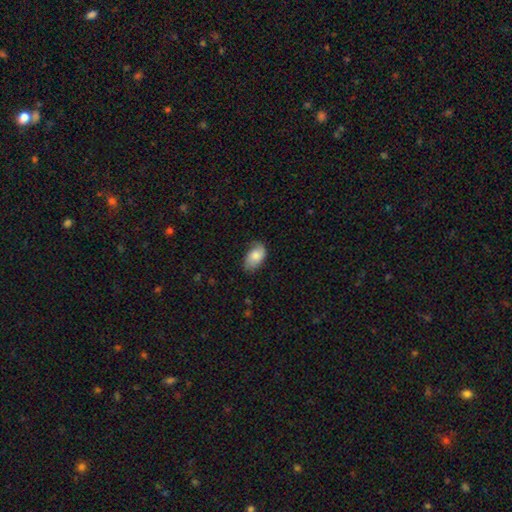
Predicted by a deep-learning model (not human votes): Q: Smooth or featured?
A: smooth (77%); runner-up: featured or disk (17%)
Q: How rounded?
A: in between (93%); runner-up: round (6%)
Q: Merging?
A: none (61%); runner-up: minor disturbance (30%)